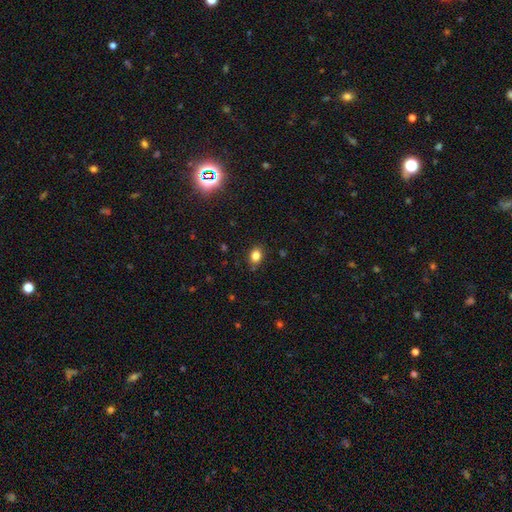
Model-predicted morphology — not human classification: Smooth or featured?
  - smooth: 83% *
  - star or artifact: 11%
  - featured or disk: 6%
How rounded?
  - in between: 62% *
  - round: 36%
  - cigar-shaped: 1%
Merging?
  - none: 85% *
  - minor disturbance: 11%
  - major disturbance: 3%
  - merger: 2%